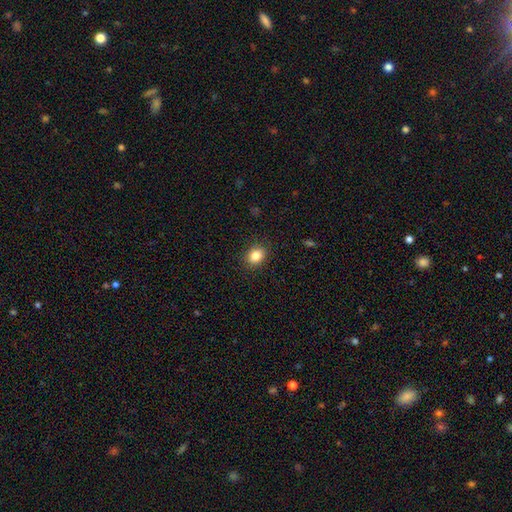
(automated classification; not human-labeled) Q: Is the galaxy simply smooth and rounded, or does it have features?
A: smooth — 84%.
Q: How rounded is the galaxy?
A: round — 50%.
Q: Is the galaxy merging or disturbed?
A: none — 89%.